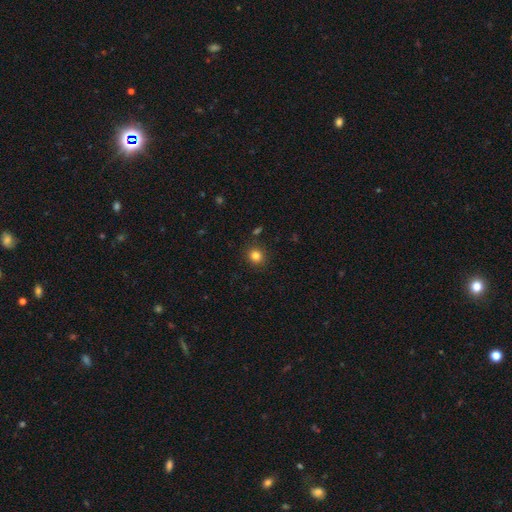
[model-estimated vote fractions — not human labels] Smooth or featured? Predicted: smooth (p=0.82). How rounded? Predicted: round (p=0.86). Merging? Predicted: none (p=0.88).